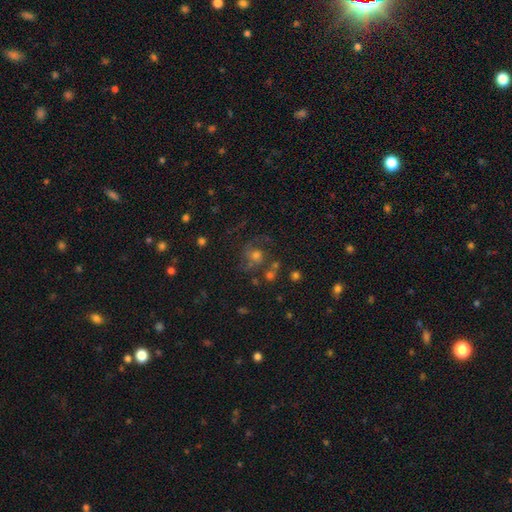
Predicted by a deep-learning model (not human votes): This is possibly a featured or disk galaxy (57%). It is clearly not viewed edge-on (97%). Bar: likely no (75%). Spiral arm pattern: clearly yes (83%). Central bulge: possibly moderate (54%). Merging: possibly none (58%).